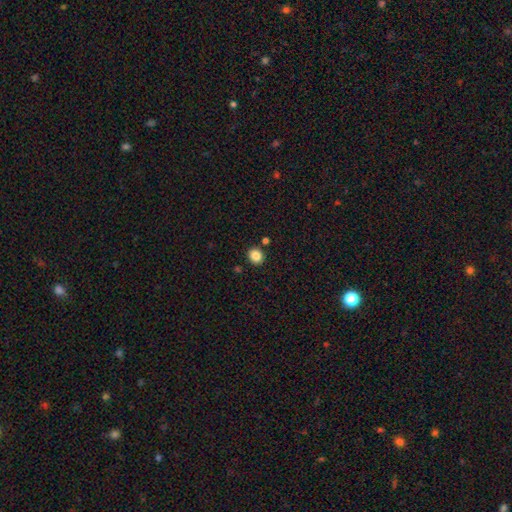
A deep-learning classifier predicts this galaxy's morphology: Smooth or featured? smooth (85%)
How rounded? round (77%)
Merging? none (88%)